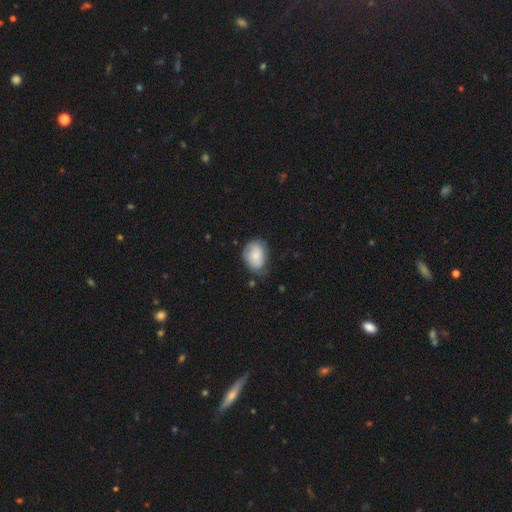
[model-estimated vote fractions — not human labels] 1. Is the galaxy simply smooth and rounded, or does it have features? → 73% smooth, 20% featured or disk, 7% star or artifact.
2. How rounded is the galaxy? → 69% in between, 30% round, 1% cigar-shaped.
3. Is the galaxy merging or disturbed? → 60% none, 30% minor disturbance, 8% major disturbance, 2% merger.